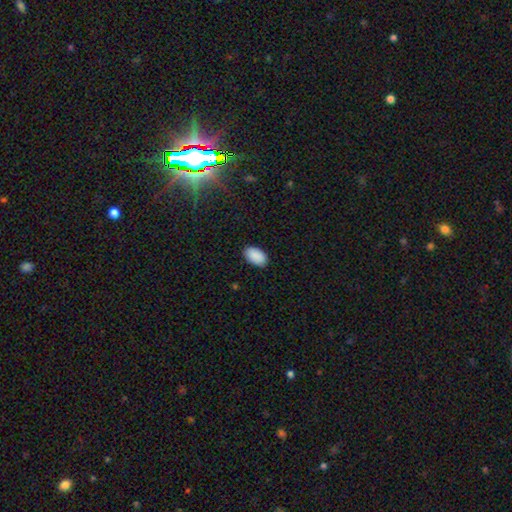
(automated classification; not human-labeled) This is clearly a smooth galaxy (91%). How rounded: clearly in between (94%). Merging: clearly none (89%).